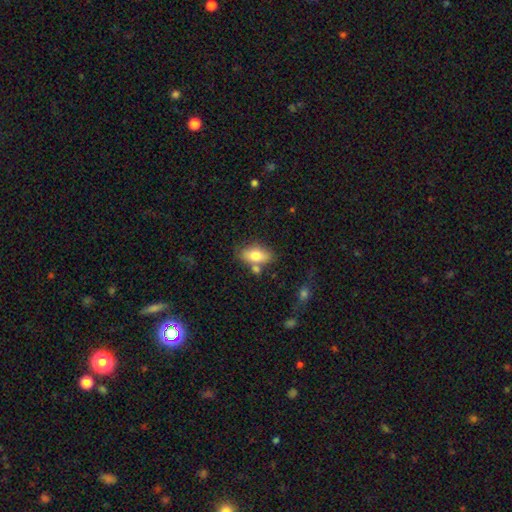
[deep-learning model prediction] Morphology: type=smooth (76%); roundness=in between (88%); merging=none (65%).